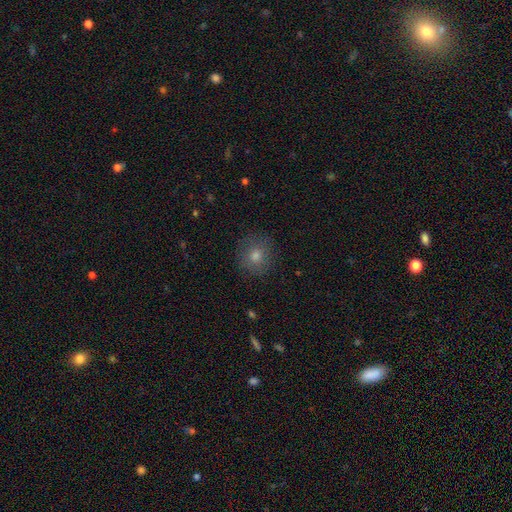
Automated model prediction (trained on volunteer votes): smooth-or-featured: smooth: 72% | star or artifact: 16% | featured or disk: 12%
  how-rounded: round: 87% | in between: 12% | cigar-shaped: 1%
  merging: none: 86% | minor disturbance: 10% | major disturbance: 3% | merger: 1%